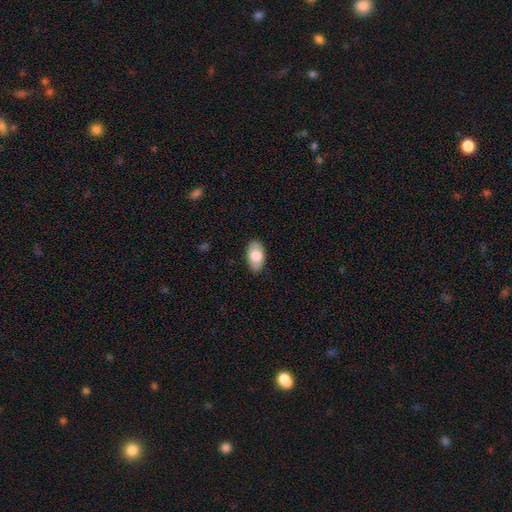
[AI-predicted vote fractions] smooth_or_featured: smooth (p=0.77) [alt: featured or disk p=0.17]
how_rounded: in between (p=0.94) [alt: round p=0.05]
merging: none (p=0.86) [alt: minor disturbance p=0.11]